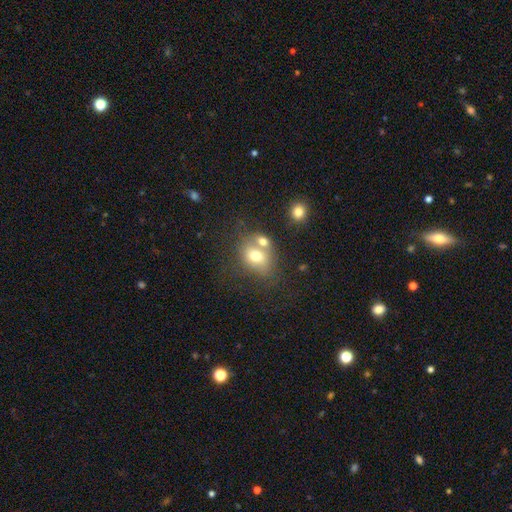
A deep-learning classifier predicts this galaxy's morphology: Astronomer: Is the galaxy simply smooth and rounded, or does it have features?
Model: smooth — 69%.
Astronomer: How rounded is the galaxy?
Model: in between — 52% (runner-up: round, 47%).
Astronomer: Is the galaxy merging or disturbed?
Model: merger — 45% (runner-up: none, 37%).